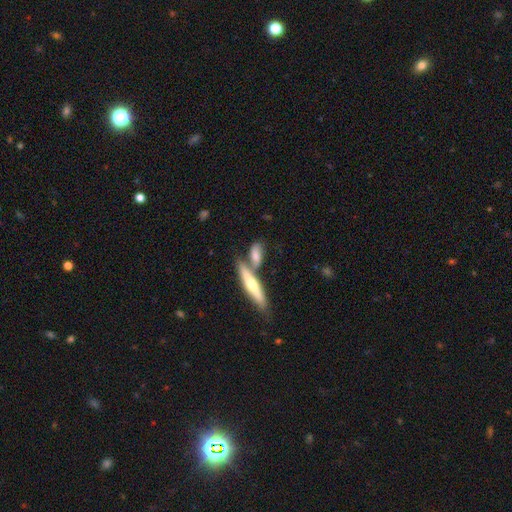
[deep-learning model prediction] The model was most divided on "merging": none: 45%, merger: 39%, minor disturbance: 12%, major disturbance: 4%. More confident: smooth or featured — smooth (58%); how rounded — in between (52%).